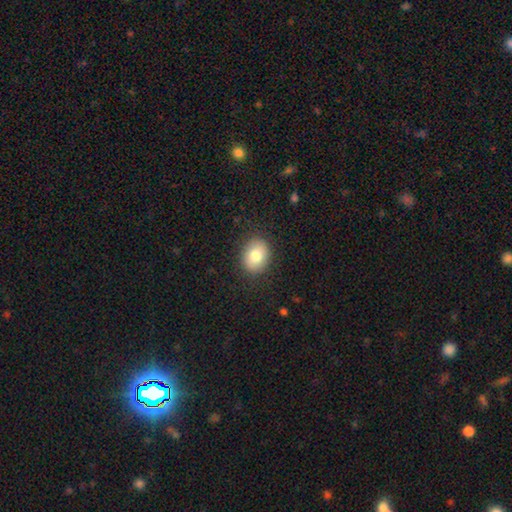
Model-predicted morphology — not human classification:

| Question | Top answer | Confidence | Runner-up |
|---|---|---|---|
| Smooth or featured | smooth | 80% | featured or disk (11%) |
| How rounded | in between | 55% | round (44%) |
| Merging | none | 88% | minor disturbance (9%) |